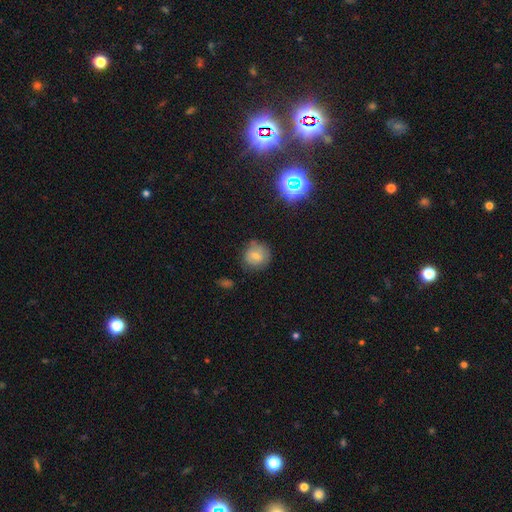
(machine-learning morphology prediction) Smooth or featured: smooth — 67% (featured or disk — 20%)
How rounded: round — 87% (in between — 12%)
Merging: none — 74% (minor disturbance — 18%)